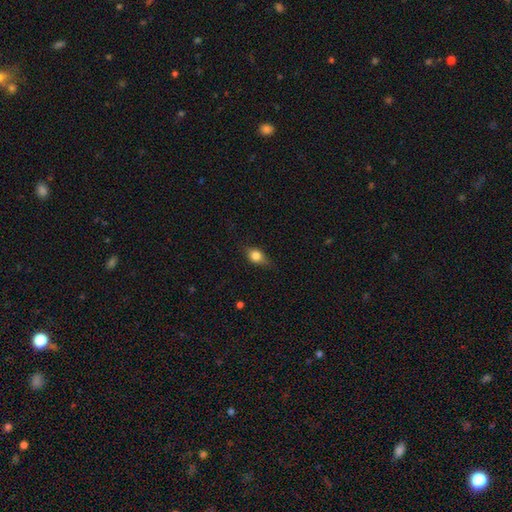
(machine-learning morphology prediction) This is likely a smooth galaxy (70%). How rounded: possibly in between (58%). Merging: likely none (71%).